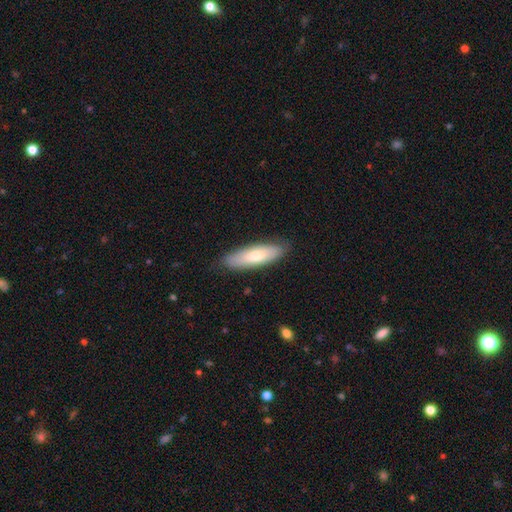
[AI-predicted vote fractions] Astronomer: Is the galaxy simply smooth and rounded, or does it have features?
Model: smooth — 71%.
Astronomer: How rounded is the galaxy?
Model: cigar-shaped — 49%, tied with in between at 49%.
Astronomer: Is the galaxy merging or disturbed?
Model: none — 85%.